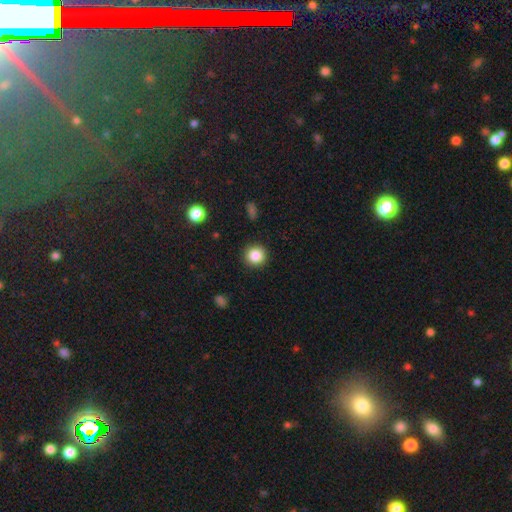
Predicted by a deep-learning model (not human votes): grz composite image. It shows a smooth galaxy with no disk features (86%) that is round (93%). Merging: none (91%).